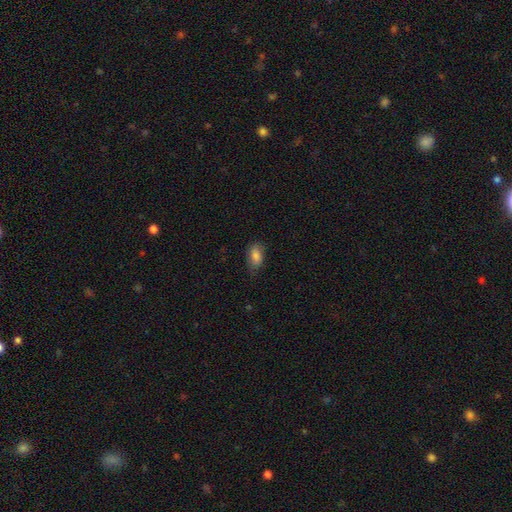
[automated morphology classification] smooth-or-featured: smooth: 83% | featured or disk: 9% | star or artifact: 8%
  how-rounded: in between: 90% | round: 6% | cigar-shaped: 4%
  merging: none: 72% | minor disturbance: 22% | major disturbance: 5% | merger: 1%